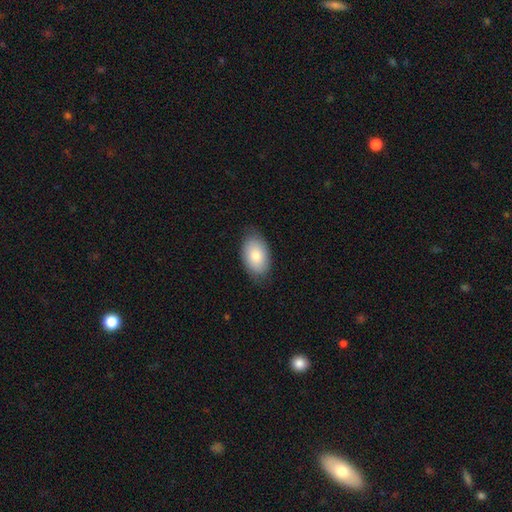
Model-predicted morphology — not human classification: This appears to be a smooth galaxy with no disk features (80%) that is in between round and cigar-shaped (90%). Merging: none (80%).